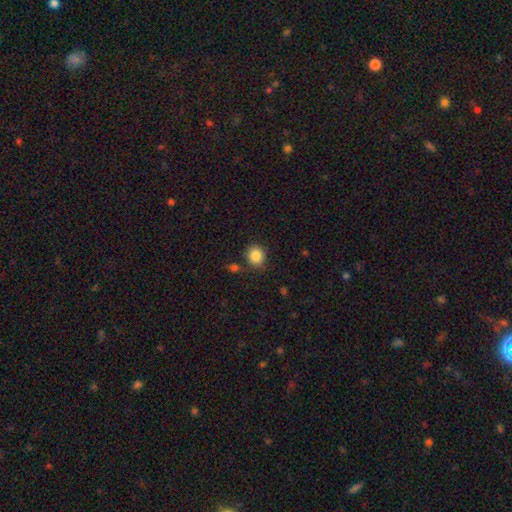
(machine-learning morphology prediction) This is clearly a smooth galaxy (86%). How rounded: likely round (80%). Merging: clearly none (82%).